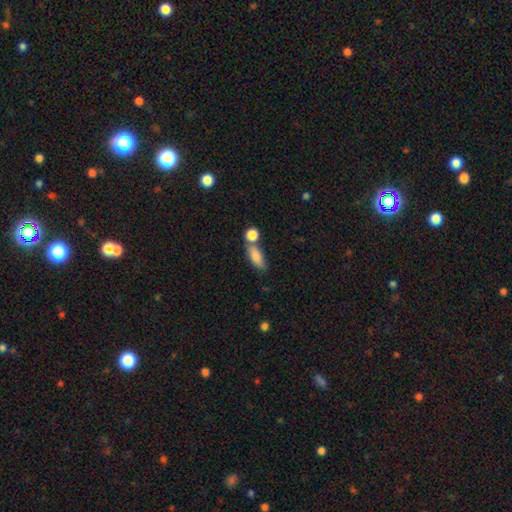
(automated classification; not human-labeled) This appears to be a smooth galaxy with no disk features (82%) that is in between round and cigar-shaped (75%). Merging: none (45%).